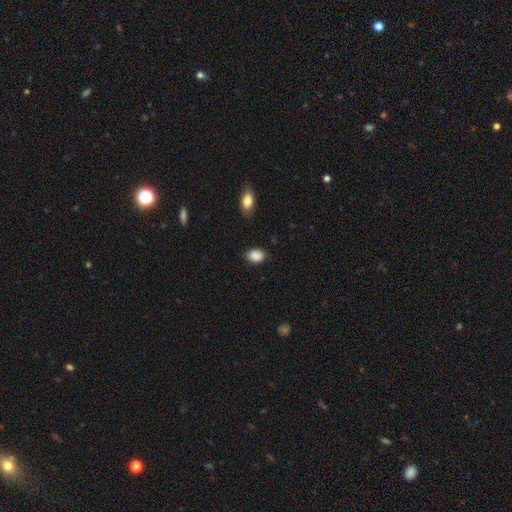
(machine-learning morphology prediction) smooth-or-featured: smooth: 89% | star or artifact: 8% | featured or disk: 3%
  how-rounded: in between: 70% | round: 29% | cigar-shaped: 1%
  merging: none: 82% | minor disturbance: 13% | major disturbance: 3% | merger: 1%